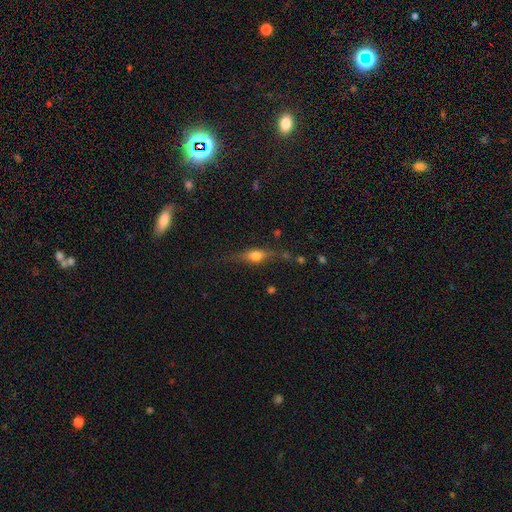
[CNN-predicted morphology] type=featured or disk (49%); merging=none (73%).